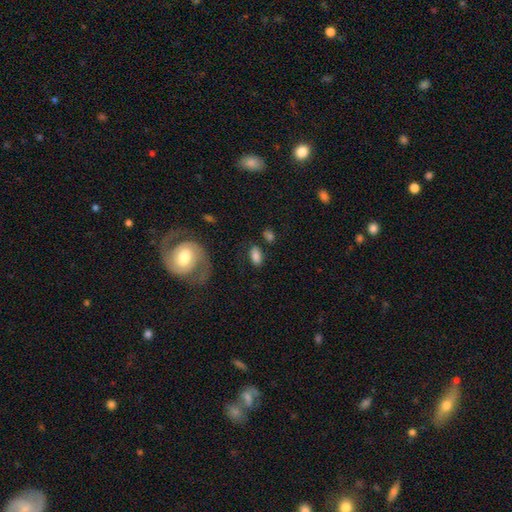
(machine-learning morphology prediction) Smooth or featured? smooth (80%)
How rounded? in between (91%)
Merging? none (73%)